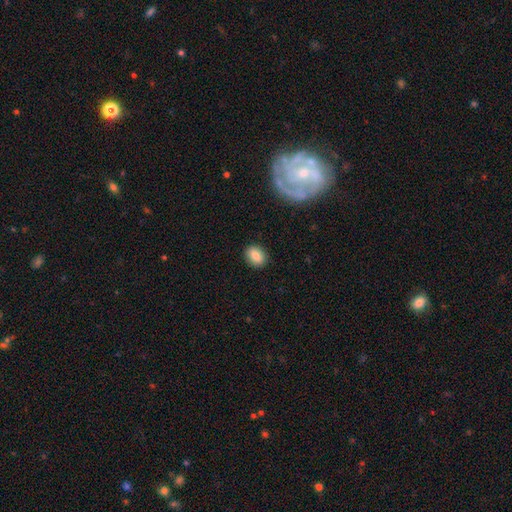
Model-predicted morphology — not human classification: type=smooth (81%); roundness=in between (60%); merging=none (89%).